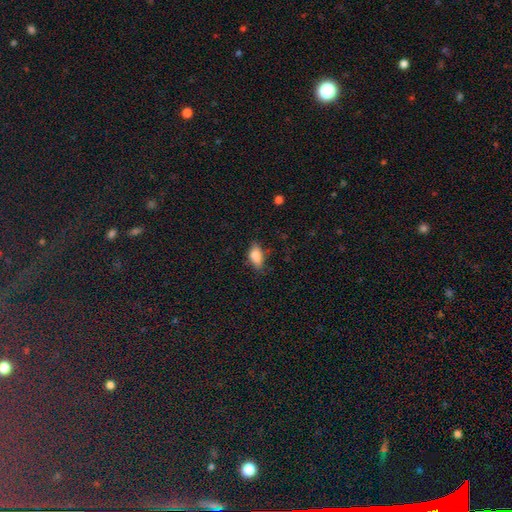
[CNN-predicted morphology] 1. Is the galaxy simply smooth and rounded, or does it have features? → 80% smooth, 11% featured or disk, 8% star or artifact.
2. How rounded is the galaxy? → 85% in between, 8% cigar-shaped, 6% round.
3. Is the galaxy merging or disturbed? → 72% none, 22% minor disturbance, 5% major disturbance, 1% merger.